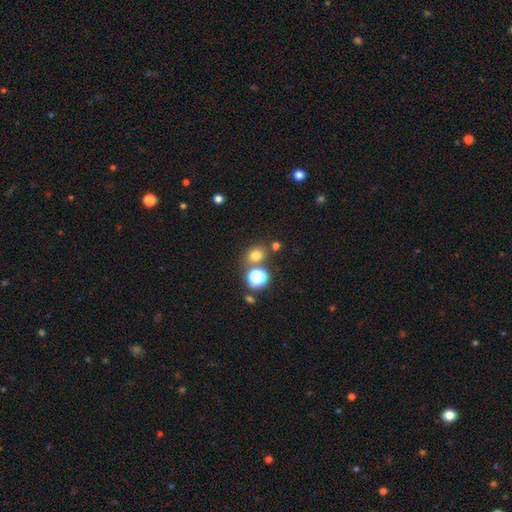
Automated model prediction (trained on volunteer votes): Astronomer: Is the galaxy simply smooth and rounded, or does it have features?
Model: smooth — 71%.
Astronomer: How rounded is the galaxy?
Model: round — 69%.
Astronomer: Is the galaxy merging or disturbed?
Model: none — 73%.